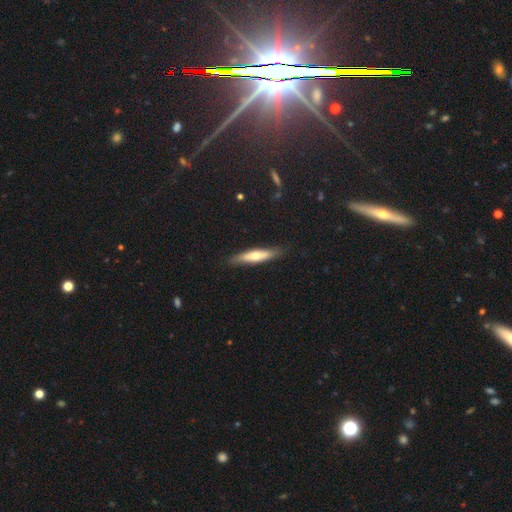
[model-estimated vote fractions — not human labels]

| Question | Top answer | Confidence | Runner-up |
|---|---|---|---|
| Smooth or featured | smooth | 54% | featured or disk (40%) |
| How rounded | cigar-shaped | 79% | in between (19%) |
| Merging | none | 84% | minor disturbance (12%) |